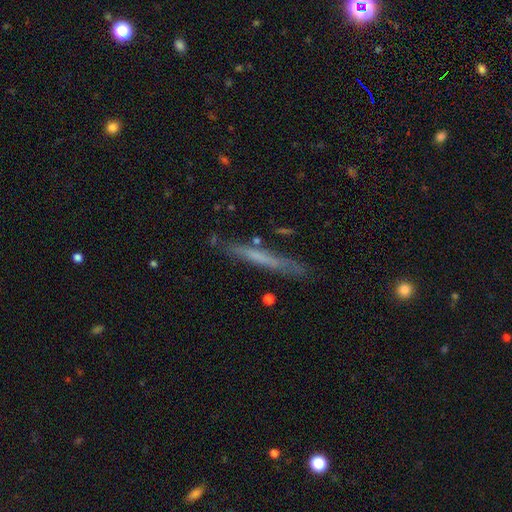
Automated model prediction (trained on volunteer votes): This is possibly a featured or disk galaxy (47%). Merging: clearly none (82%).